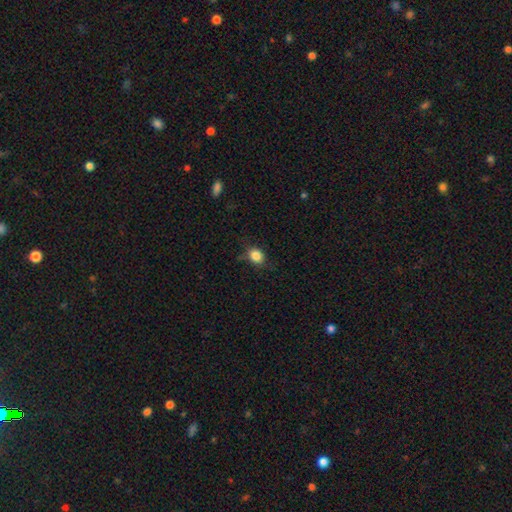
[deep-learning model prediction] smooth_or_featured: smooth (p=0.84) [alt: star or artifact p=0.10]
how_rounded: round (p=0.57) [alt: in between p=0.42]
merging: none (p=0.75) [alt: minor disturbance p=0.18]